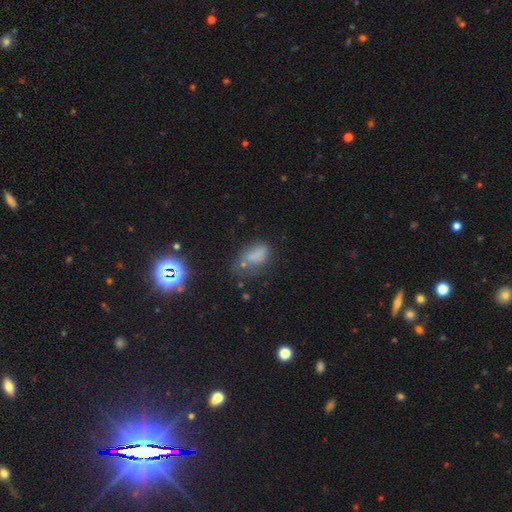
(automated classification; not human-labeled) A smooth galaxy with no disk features (66%) that is in between round and cigar-shaped (84%).

Vote fractions:
- Smooth or featured? smooth: 66% / star or artifact: 17% / featured or disk: 17%
- How rounded? in between: 84% / round: 8% / cigar-shaped: 8%
- Merging? none: 38% / minor disturbance: 28% / major disturbance: 23% / merger: 11%